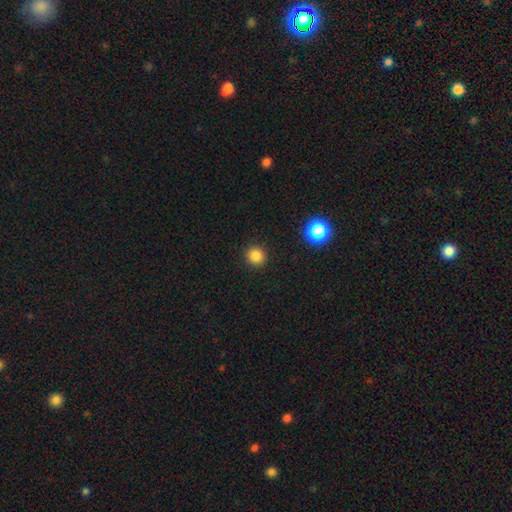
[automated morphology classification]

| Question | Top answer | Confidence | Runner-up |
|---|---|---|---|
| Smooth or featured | smooth | 83% | star or artifact (13%) |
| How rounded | round | 92% | in between (7%) |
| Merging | none | 92% | minor disturbance (5%) |